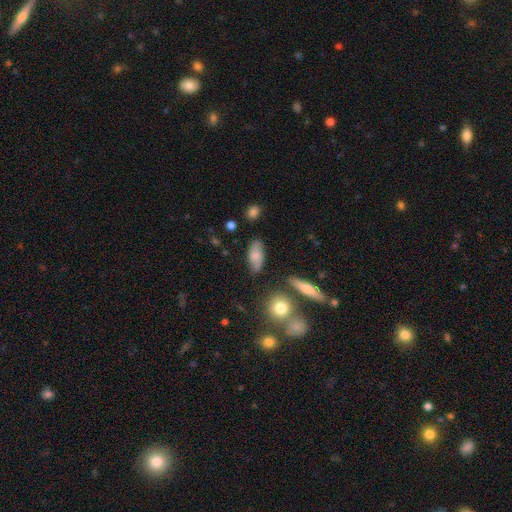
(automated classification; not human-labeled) A smooth galaxy with no disk features (68%) that is in between round and cigar-shaped (86%).

Vote fractions:
- Smooth or featured? smooth: 68% / featured or disk: 24% / star or artifact: 8%
- How rounded? in between: 86% / cigar-shaped: 10% / round: 4%
- Merging? none: 71% / minor disturbance: 20% / major disturbance: 5% / merger: 4%